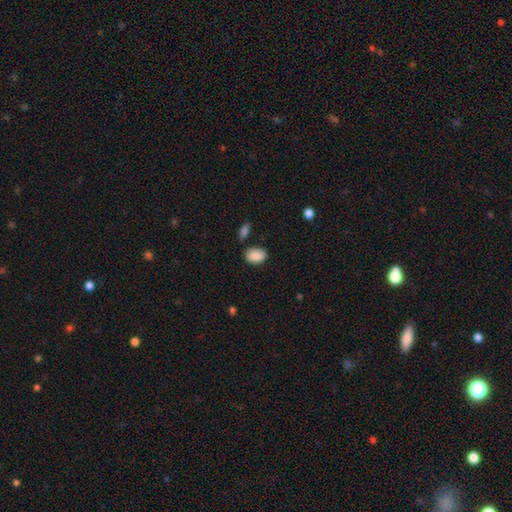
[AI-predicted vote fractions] This appears to be a smooth galaxy with no disk features (87%) that is in between round and cigar-shaped (80%). Merging: none (73%).